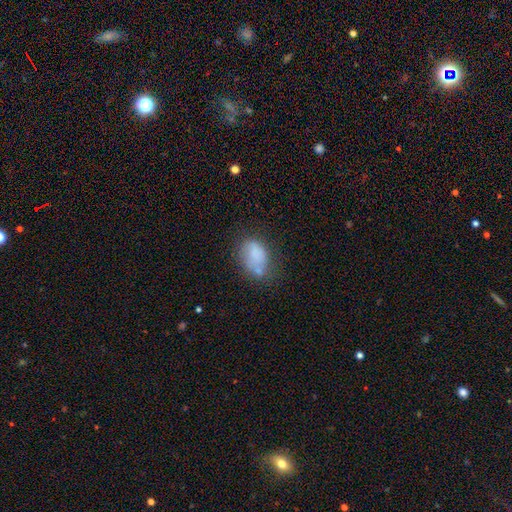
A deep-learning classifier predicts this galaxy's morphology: The model was most divided on "merging": none: 41%, minor disturbance: 27%, merger: 17%, major disturbance: 15%. More confident: how rounded — in between (81%); smooth or featured — smooth (71%).